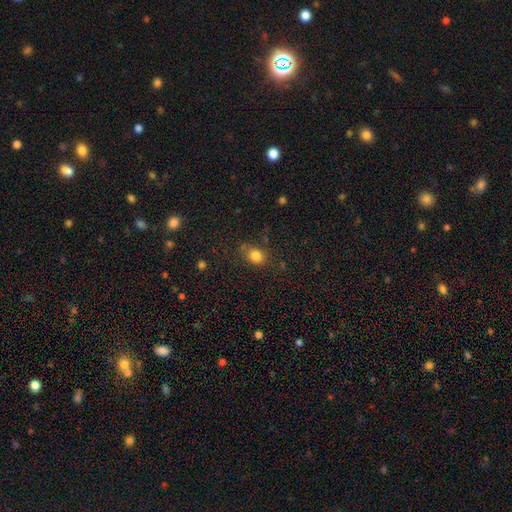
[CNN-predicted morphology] Smooth or featured? Predicted: smooth (p=0.83). How rounded? Predicted: in between (p=0.52). Merging? Predicted: none (p=0.73).